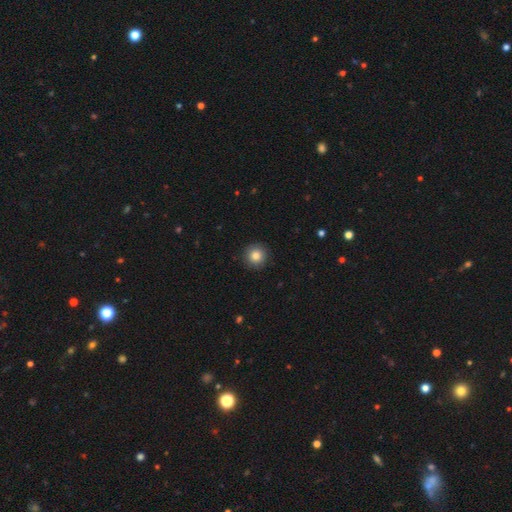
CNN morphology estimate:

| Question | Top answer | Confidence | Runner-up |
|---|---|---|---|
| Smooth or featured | smooth | 83% | star or artifact (10%) |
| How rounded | round | 95% | in between (4%) |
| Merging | none | 92% | minor disturbance (5%) |